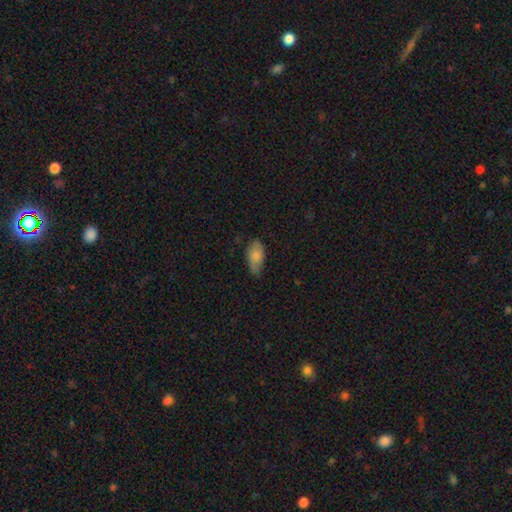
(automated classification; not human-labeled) This is likely a smooth galaxy (79%). How rounded: clearly in between (92%). Merging: possibly none (56%).